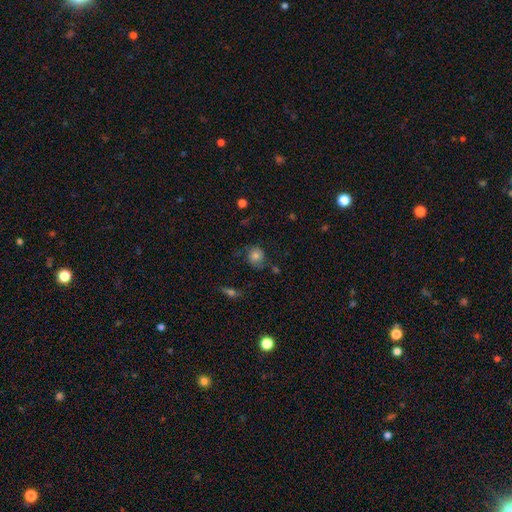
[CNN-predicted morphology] The model was most divided on "smooth or featured": smooth: 61%, featured or disk: 27%, star or artifact: 12%. More confident: how rounded — round (72%); merging — none (61%).